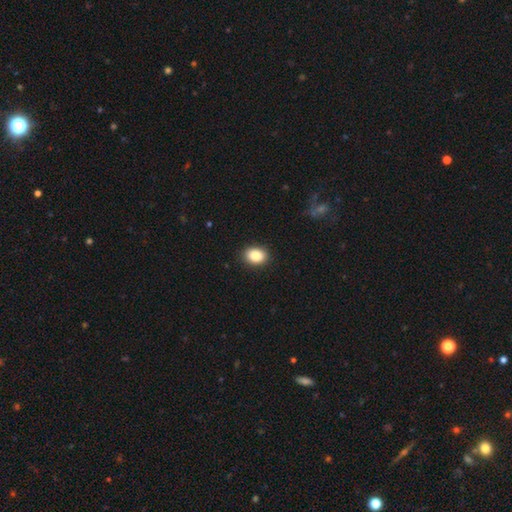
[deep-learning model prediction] smooth-or-featured: smooth: 86% | star or artifact: 9% | featured or disk: 5%
  how-rounded: in between: 70% | round: 29% | cigar-shaped: 1%
  merging: none: 90% | minor disturbance: 7% | major disturbance: 2% | merger: 1%